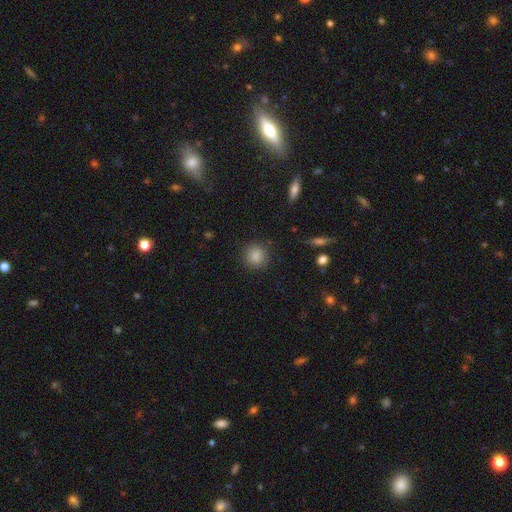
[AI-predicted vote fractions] smooth-or-featured: smooth: 86% | star or artifact: 10% | featured or disk: 4%
  how-rounded: round: 90% | in between: 9% | cigar-shaped: 1%
  merging: none: 88% | minor disturbance: 8% | major disturbance: 3% | merger: 1%